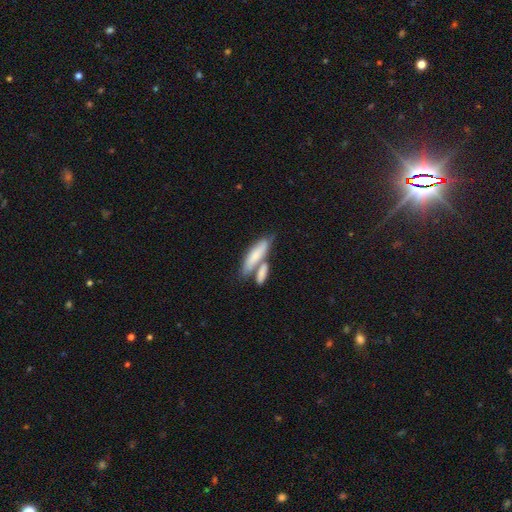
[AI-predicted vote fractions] A smooth galaxy with no disk features (70%) that is cigar-shaped (57%). Merging: merger (43%).